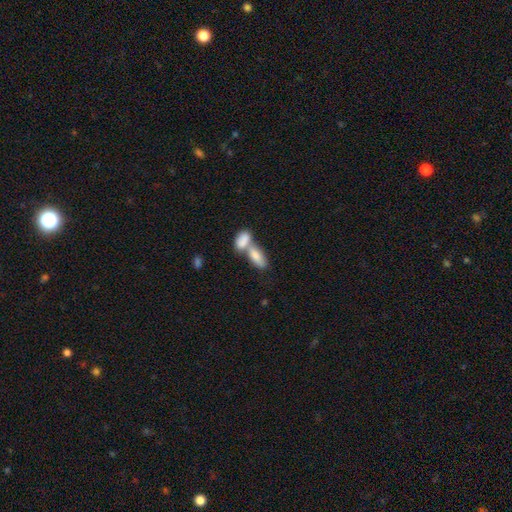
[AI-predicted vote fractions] Q: Smooth or featured?
A: smooth (81%); runner-up: featured or disk (13%)
Q: How rounded?
A: in between (84%); runner-up: cigar-shaped (12%)
Q: Merging?
A: merger (71%); runner-up: none (20%)